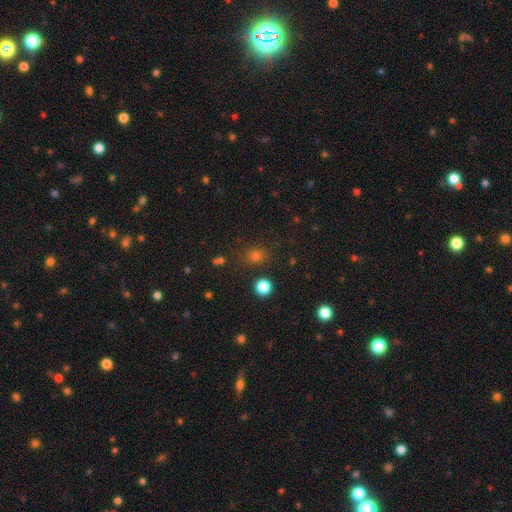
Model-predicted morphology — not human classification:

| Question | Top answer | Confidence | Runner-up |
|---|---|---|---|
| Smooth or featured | smooth | 69% | star or artifact (25%) |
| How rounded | round | 76% | in between (23%) |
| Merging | none | 83% | minor disturbance (10%) |